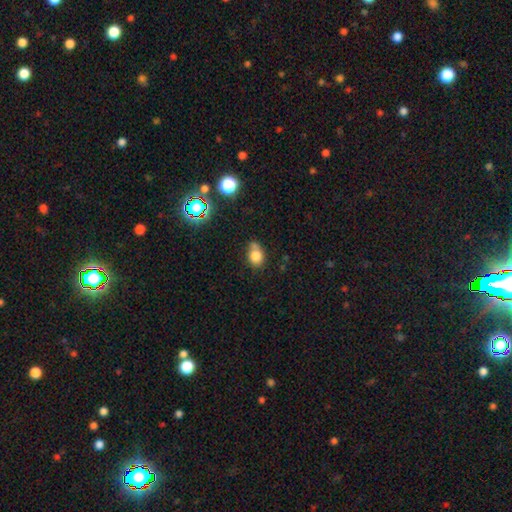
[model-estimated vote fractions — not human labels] Q: Smooth or featured?
A: smooth (79%); runner-up: star or artifact (12%)
Q: How rounded?
A: in between (53%); runner-up: round (46%)
Q: Merging?
A: none (52%); runner-up: minor disturbance (26%)